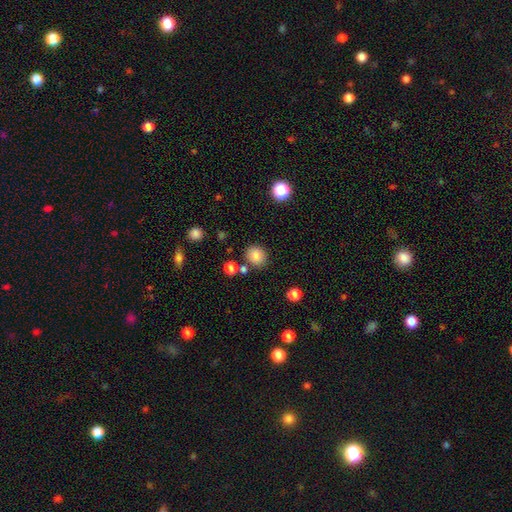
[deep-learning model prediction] A smooth galaxy with no disk features (83%) that is round (78%). Merging: none (82%).